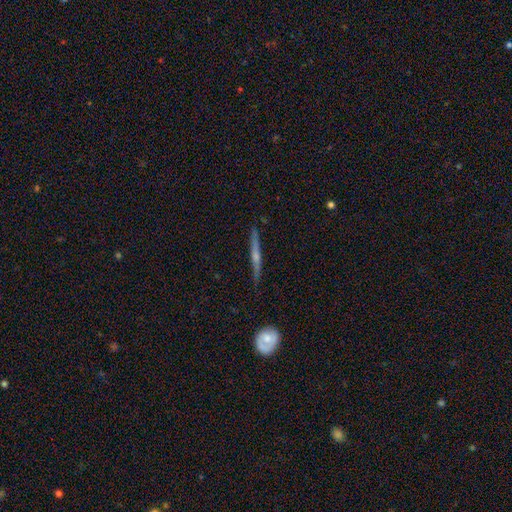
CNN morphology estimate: smooth-or-featured: featured or disk: 71% | smooth: 23% | star or artifact: 6%
  disk-edge-on: yes: 97% | no: 3%
    edge-on-bulge: rounded: 70% | none: 23% | boxy: 7%
  merging: none: 89% | minor disturbance: 8% | major disturbance: 2% | merger: 1%